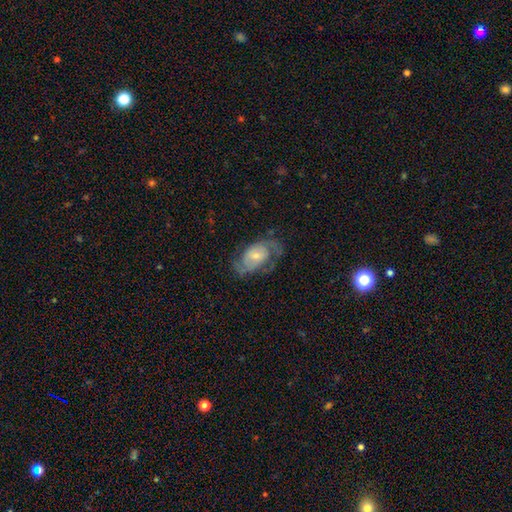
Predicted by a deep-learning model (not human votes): The model was most divided on "spiral winding": medium: 46%, tight: 31%, loose: 23%. More confident: edge-on disk — no (96%); spiral arms — yes (87%); spiral arm count — 2 (74%); smooth or featured — featured or disk (73%); merging — none (60%); bar — no (59%); bulge size — small (58%).